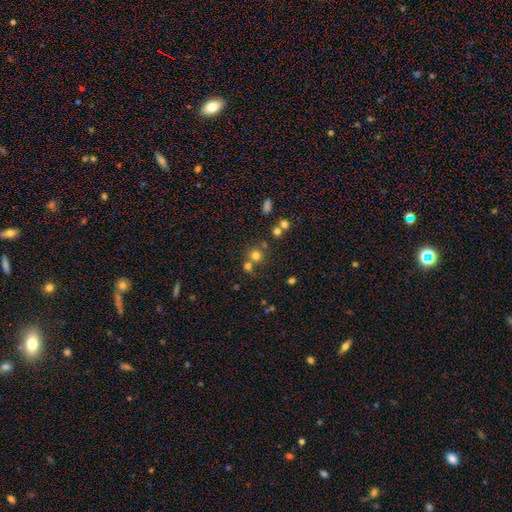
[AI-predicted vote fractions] Smooth or featured? smooth (71%)
How rounded? round (88%)
Merging? none (58%)